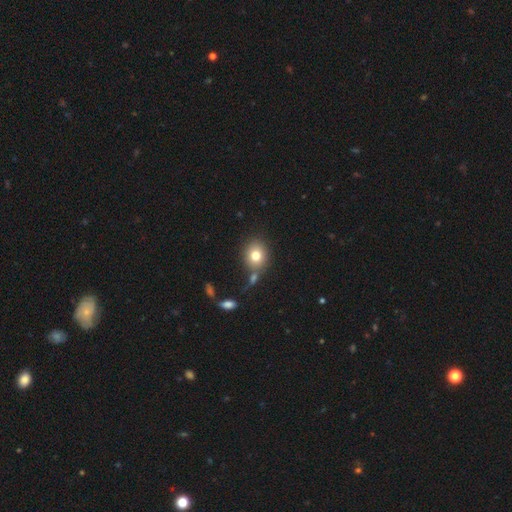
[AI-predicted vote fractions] A smooth galaxy with no disk features (77%) that is round (69%). Merging: none (72%).